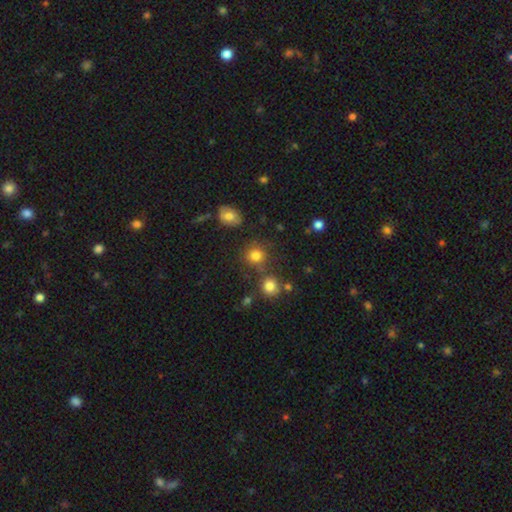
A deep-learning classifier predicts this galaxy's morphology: This appears to be a smooth galaxy with no disk features (79%) that is round (85%). Merging: none (70%).